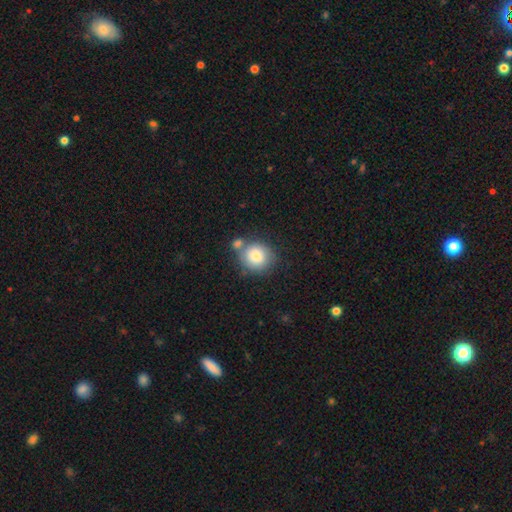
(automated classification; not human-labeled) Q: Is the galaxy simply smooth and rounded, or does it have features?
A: smooth — 81%.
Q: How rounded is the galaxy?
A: round — 82%.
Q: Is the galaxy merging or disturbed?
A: none — 56%.